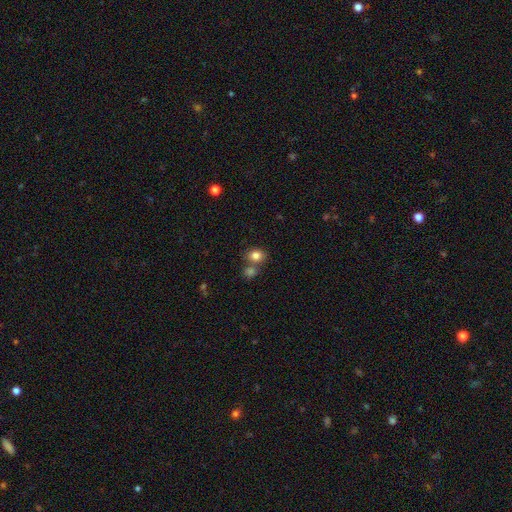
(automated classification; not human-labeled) Smooth or featured? smooth (82%)
How rounded? round (65%)
Merging? none (62%)